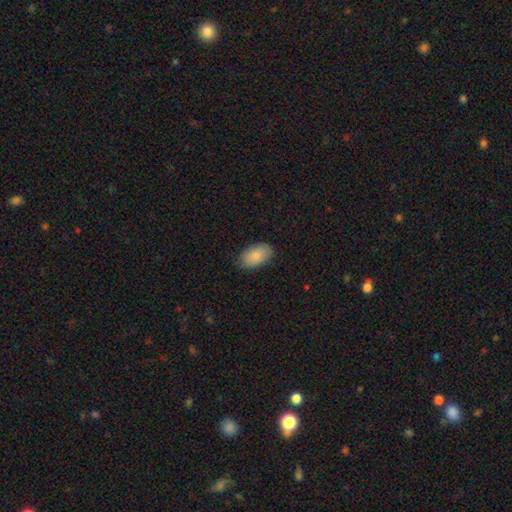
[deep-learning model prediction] Smooth or featured?
  - smooth: 87% *
  - featured or disk: 7%
  - star or artifact: 6%
How rounded?
  - in between: 94% *
  - round: 4%
  - cigar-shaped: 2%
Merging?
  - none: 87% *
  - minor disturbance: 10%
  - major disturbance: 2%
  - merger: 1%